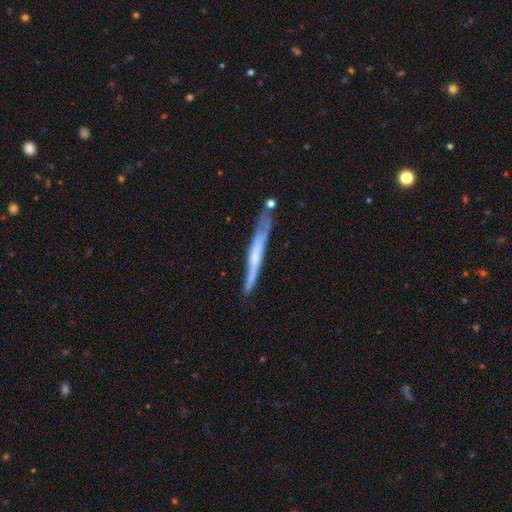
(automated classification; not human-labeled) A featured or disk galaxy (56%) viewed edge-on (89%) with no central bulge (68%).

Vote fractions:
- Smooth or featured? featured or disk: 56% / smooth: 37% / star or artifact: 6%
- Edge-on disk? yes: 89% / no: 11%
- Edge-on bulge? none: 68% / rounded: 23% / boxy: 9%
- Merging? none: 70% / minor disturbance: 21% / merger: 5% / major disturbance: 4%